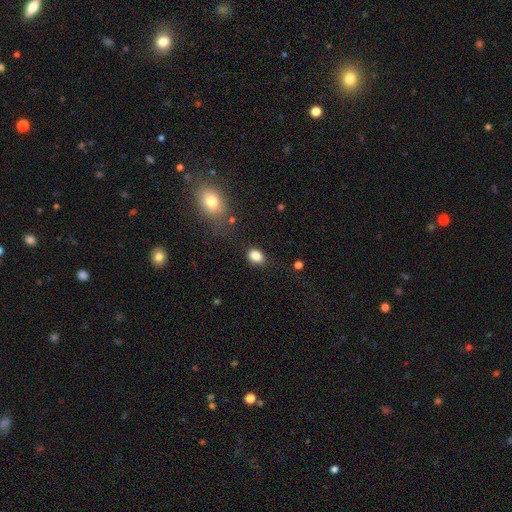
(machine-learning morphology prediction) Q: Smooth or featured?
A: smooth (85%); runner-up: star or artifact (10%)
Q: How rounded?
A: in between (71%); runner-up: round (27%)
Q: Merging?
A: none (78%); runner-up: minor disturbance (15%)